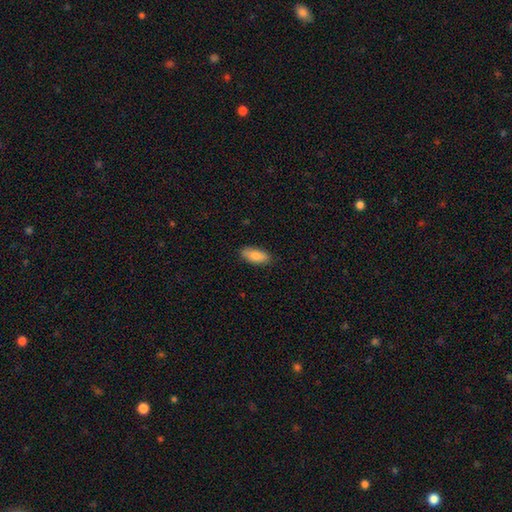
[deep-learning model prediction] A smooth galaxy with no disk features (85%) that is in between round and cigar-shaped (82%).

Vote fractions:
- Smooth or featured? smooth: 85% / featured or disk: 9% / star or artifact: 6%
- How rounded? in between: 82% / cigar-shaped: 16% / round: 2%
- Merging? none: 86% / minor disturbance: 11% / major disturbance: 2% / merger: 1%